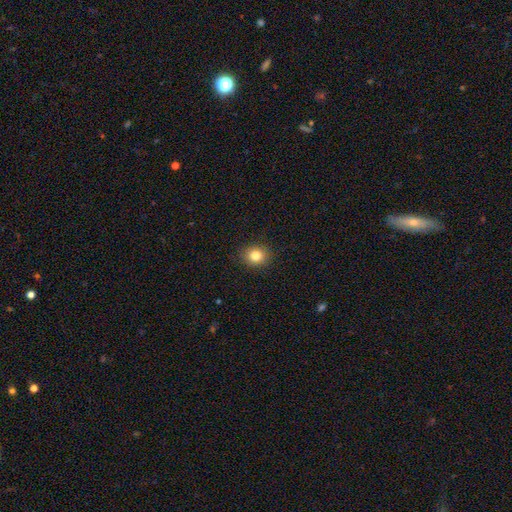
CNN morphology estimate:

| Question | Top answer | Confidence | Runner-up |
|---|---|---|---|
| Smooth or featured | smooth | 82% | star or artifact (11%) |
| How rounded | round | 70% | in between (29%) |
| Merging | none | 89% | minor disturbance (8%) |